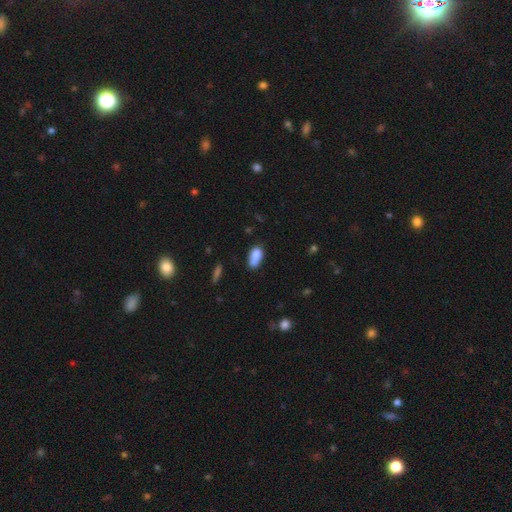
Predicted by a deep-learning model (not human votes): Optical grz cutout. It shows a smooth galaxy with no disk features (81%) that is in between round and cigar-shaped (87%). Merging: none (49%).